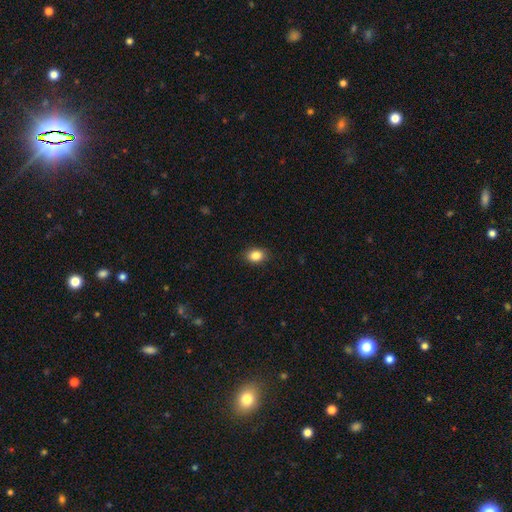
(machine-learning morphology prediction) A smooth galaxy with no disk features (86%) that is in between round and cigar-shaped (65%).

Vote fractions:
- Smooth or featured? smooth: 86% / star or artifact: 9% / featured or disk: 5%
- How rounded? in between: 65% / round: 34% / cigar-shaped: 1%
- Merging? none: 88% / minor disturbance: 8% / major disturbance: 2% / merger: 1%